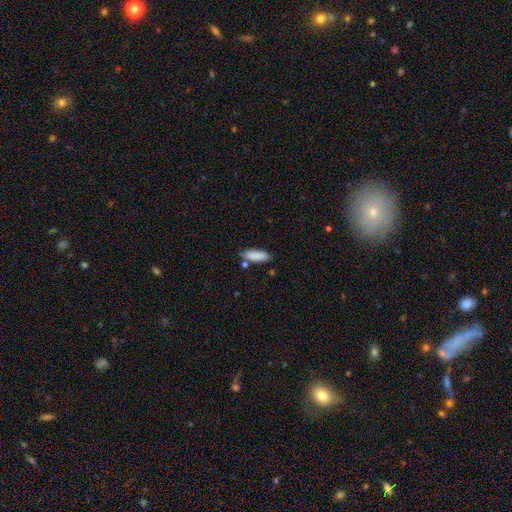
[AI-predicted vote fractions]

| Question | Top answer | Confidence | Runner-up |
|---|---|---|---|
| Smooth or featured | smooth | 88% | star or artifact (7%) |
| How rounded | in between | 54% | cigar-shaped (44%) |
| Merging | none | 76% | minor disturbance (15%) |